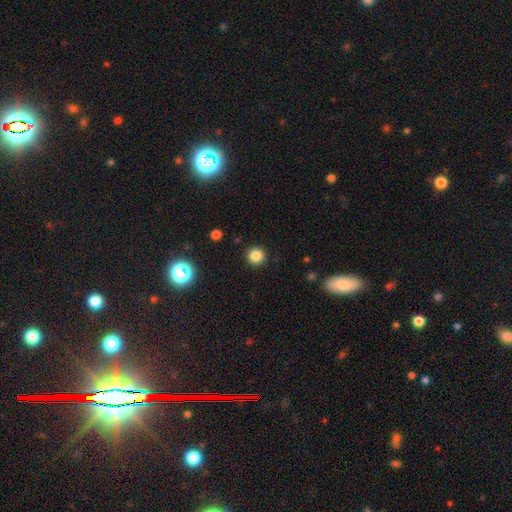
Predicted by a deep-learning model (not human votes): Smooth or featured? Predicted: smooth (p=0.83). How rounded? Predicted: round (p=0.95). Merging? Predicted: none (p=0.91).